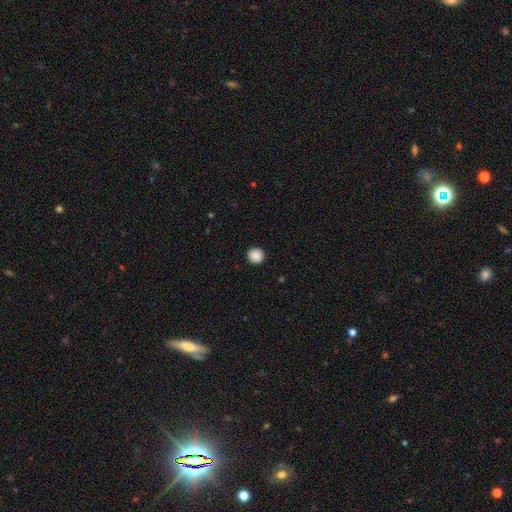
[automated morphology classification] This appears to be a smooth galaxy with no disk features (88%) that is round (93%). Merging: none (92%).